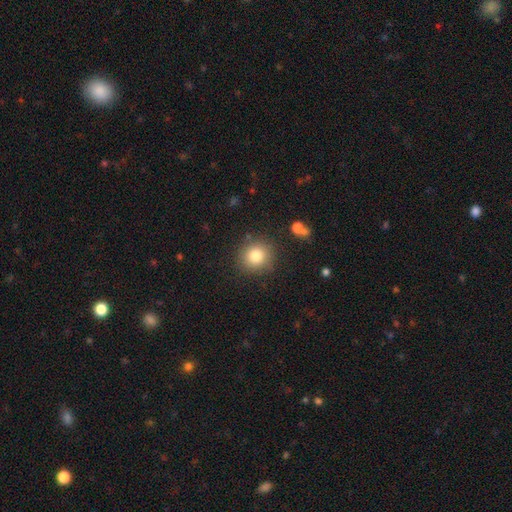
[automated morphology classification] Smooth or featured?
  - smooth: 81% *
  - star or artifact: 11%
  - featured or disk: 8%
How rounded?
  - round: 89% *
  - in between: 10%
  - cigar-shaped: 1%
Merging?
  - none: 87% *
  - minor disturbance: 8%
  - major disturbance: 3%
  - merger: 2%